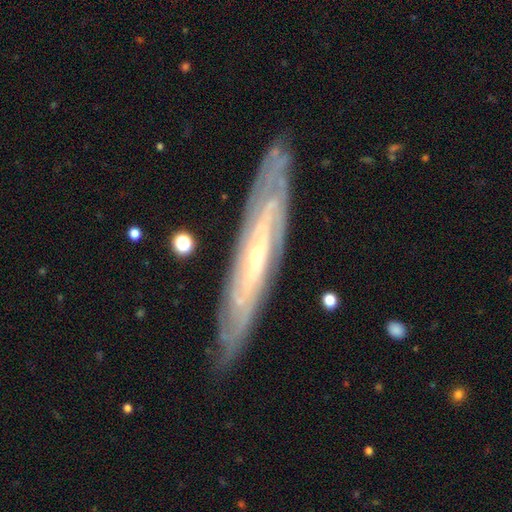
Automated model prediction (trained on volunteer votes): Smooth or featured?
  - featured or disk: 83% *
  - smooth: 11%
  - star or artifact: 6%
Edge-on disk?
  - no: 57% *
  - yes: 43%
Merging?
  - none: 84% *
  - minor disturbance: 12%
  - major disturbance: 3%
  - merger: 1%